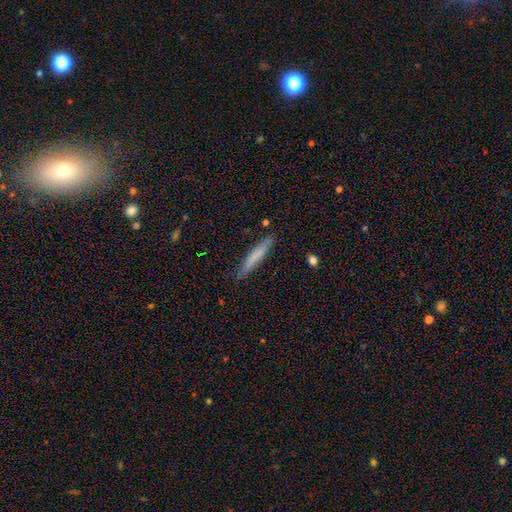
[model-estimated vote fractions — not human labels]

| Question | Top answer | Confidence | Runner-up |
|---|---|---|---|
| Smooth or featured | smooth | 69% | featured or disk (25%) |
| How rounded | cigar-shaped | 94% | in between (5%) |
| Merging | none | 83% | minor disturbance (13%) |